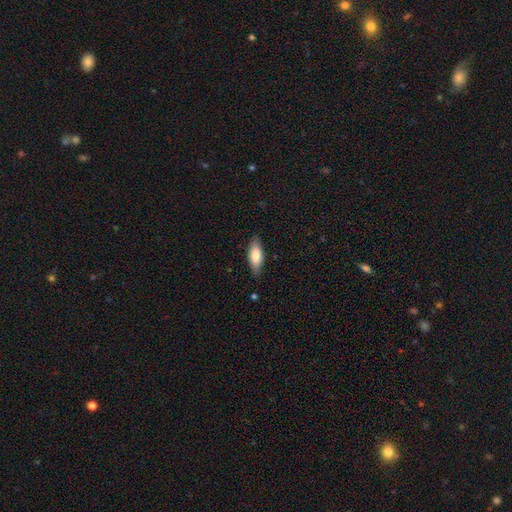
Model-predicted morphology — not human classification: This is likely a smooth galaxy (79%). How rounded: likely in between (70%). Merging: clearly none (83%).